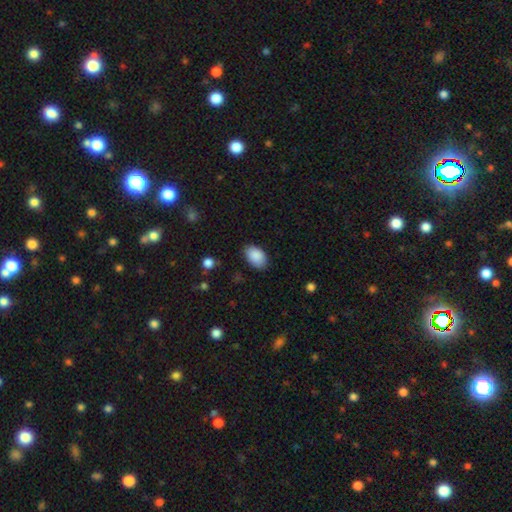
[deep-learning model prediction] smooth-or-featured: smooth: 89% | star or artifact: 7% | featured or disk: 4%
  how-rounded: in between: 90% | round: 9% | cigar-shaped: 1%
  merging: none: 83% | minor disturbance: 13% | major disturbance: 3% | merger: 1%